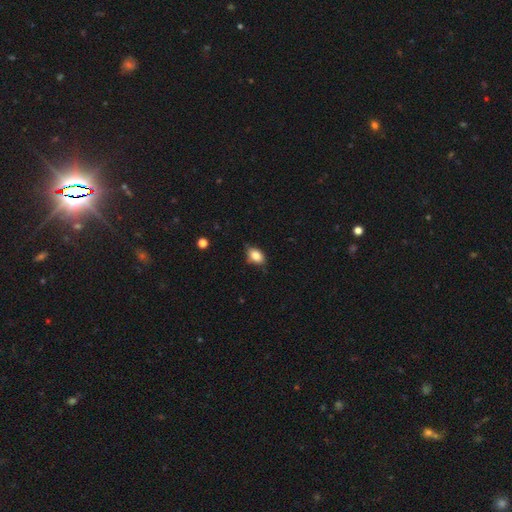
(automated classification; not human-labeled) Q: Smooth or featured?
A: smooth (82%); runner-up: featured or disk (9%)
Q: How rounded?
A: in between (78%); runner-up: round (20%)
Q: Merging?
A: none (67%); runner-up: minor disturbance (27%)